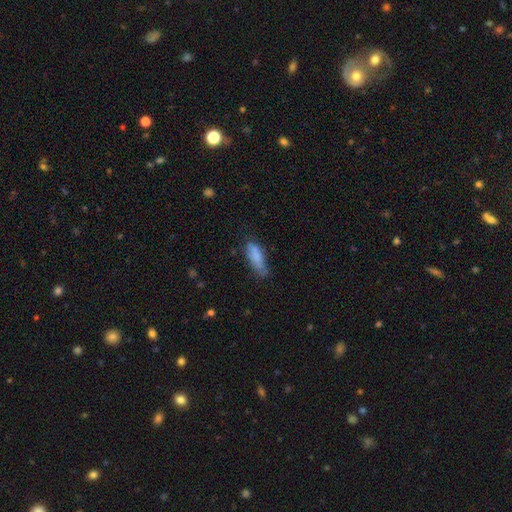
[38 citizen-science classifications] A smooth galaxy with no disk features (87%) that is cigar-shaped (58%). Merging: none (65%).